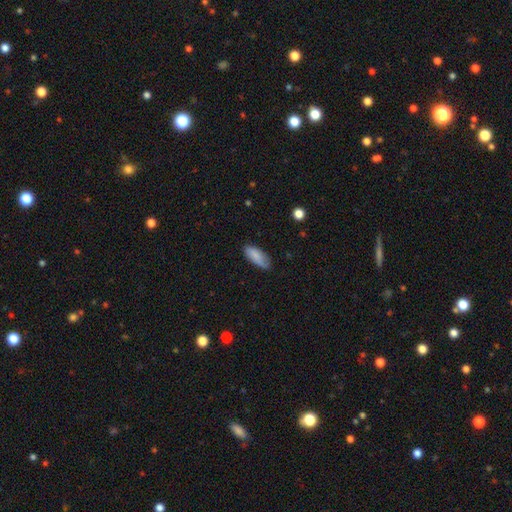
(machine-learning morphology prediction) type=smooth (84%); roundness=in between (80%); merging=none (74%).